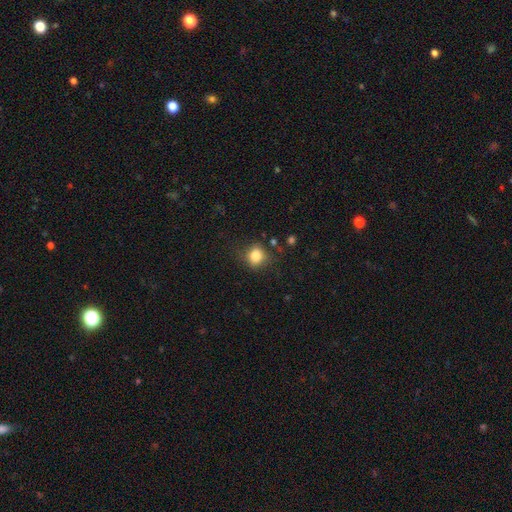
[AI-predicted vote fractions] Q: Smooth or featured?
A: smooth (82%); runner-up: star or artifact (11%)
Q: How rounded?
A: round (71%); runner-up: in between (28%)
Q: Merging?
A: none (78%); runner-up: minor disturbance (15%)